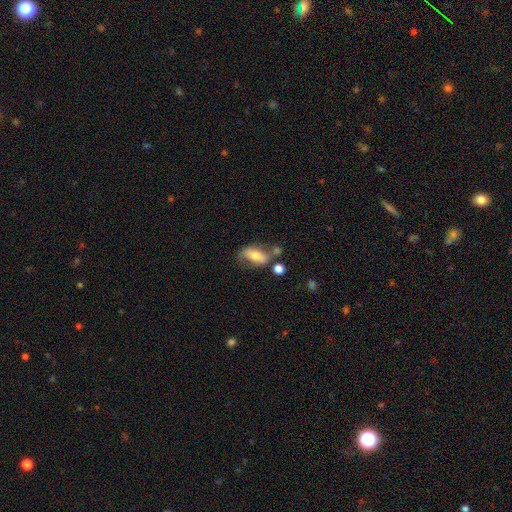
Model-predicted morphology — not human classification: smooth-or-featured: smooth: 58% | featured or disk: 34% | star or artifact: 8%
  how-rounded: in between: 85% | round: 8% | cigar-shaped: 7%
  merging: none: 47% | minor disturbance: 22% | merger: 19% | major disturbance: 12%